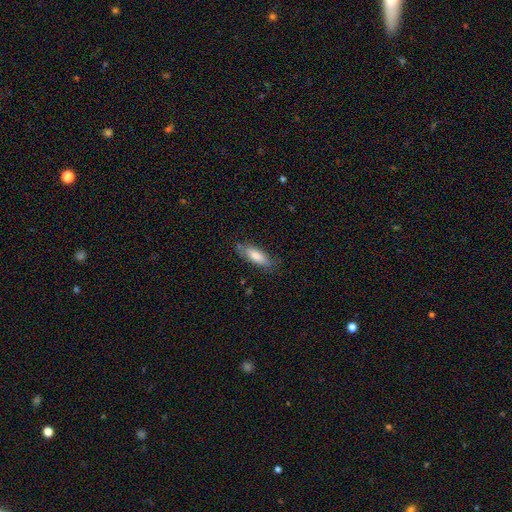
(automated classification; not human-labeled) Smooth or featured? Predicted: smooth (p=0.77). How rounded? Predicted: in between (p=0.56). Merging? Predicted: none (p=0.76).